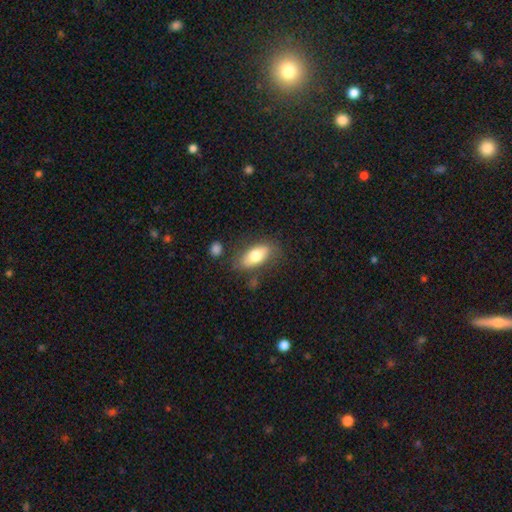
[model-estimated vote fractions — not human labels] Smooth or featured: smooth — 71% (featured or disk — 22%)
How rounded: in between — 85% (cigar-shaped — 11%)
Merging: none — 72% (minor disturbance — 18%)